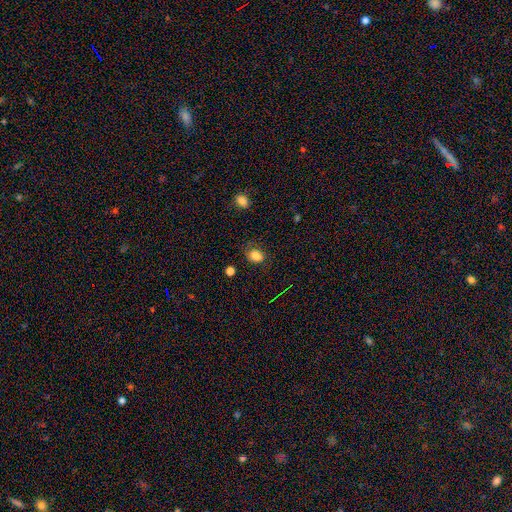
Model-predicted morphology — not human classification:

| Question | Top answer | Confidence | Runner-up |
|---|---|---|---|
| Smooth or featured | smooth | 79% | star or artifact (13%) |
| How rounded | in between | 64% | round (35%) |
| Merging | none | 56% | minor disturbance (27%) |